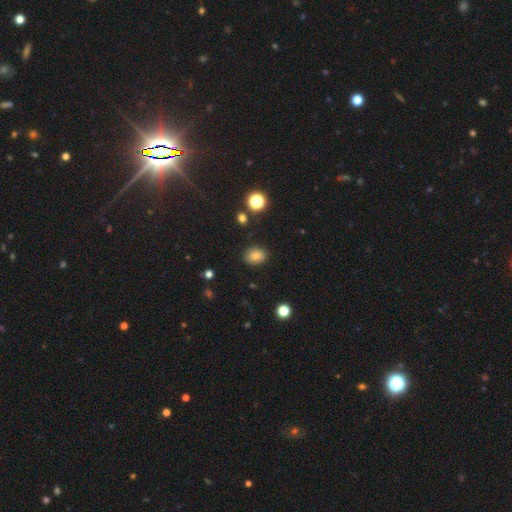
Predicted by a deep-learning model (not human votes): smooth-or-featured: smooth: 80% | star or artifact: 12% | featured or disk: 8%
  how-rounded: in between: 59% | round: 39% | cigar-shaped: 1%
  merging: none: 87% | minor disturbance: 9% | major disturbance: 3% | merger: 2%